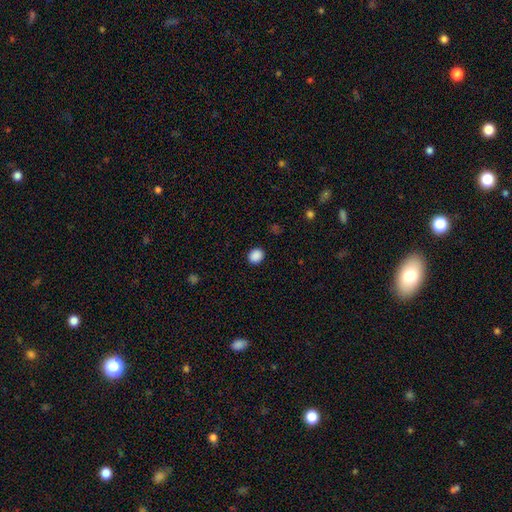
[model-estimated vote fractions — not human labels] The model was most divided on "how rounded": round: 74%, in between: 25%, cigar-shaped: 1%. More confident: merging — none (91%); smooth or featured — smooth (88%).